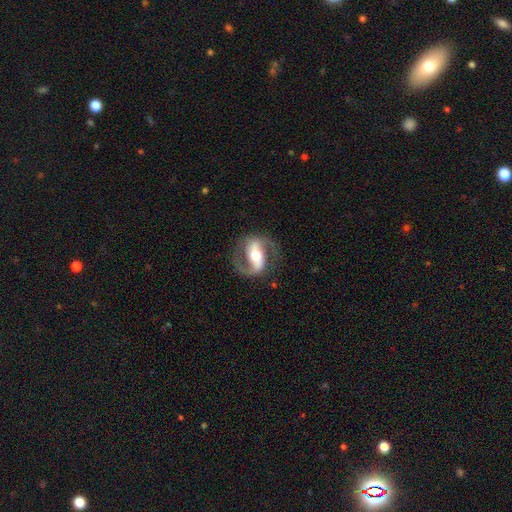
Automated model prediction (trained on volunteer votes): Smooth or featured? Predicted: featured or disk (p=0.87). Edge-on disk? Predicted: no (p=0.96). Bar? Predicted: strong (p=0.56). Spiral arms? Predicted: yes (p=0.93). Spiral winding? Predicted: medium (p=0.55). Spiral arm count? Predicted: 2 (p=0.91). Bulge size? Predicted: moderate (p=0.69). Merging? Predicted: none (p=0.79).